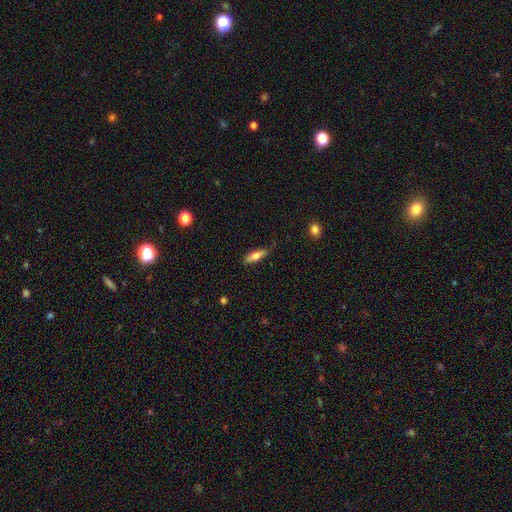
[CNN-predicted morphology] Q: Smooth or featured?
A: smooth (64%); runner-up: featured or disk (29%)
Q: How rounded?
A: cigar-shaped (55%); runner-up: in between (43%)
Q: Merging?
A: none (76%); runner-up: minor disturbance (19%)